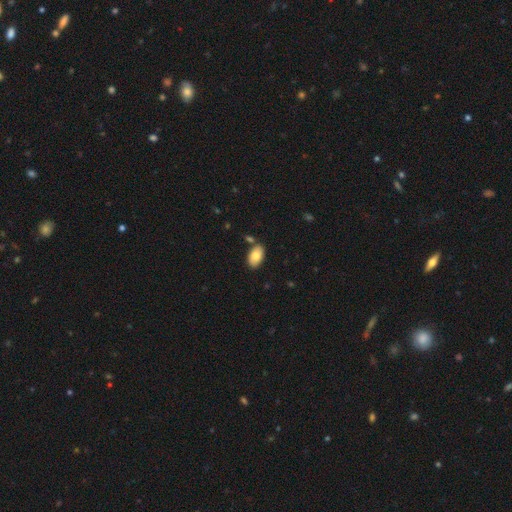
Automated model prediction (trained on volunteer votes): smooth 83%, featured or disk 11%, star or artifact 7%. Down the decision tree: how rounded — in between (94%); merging — none (79%).